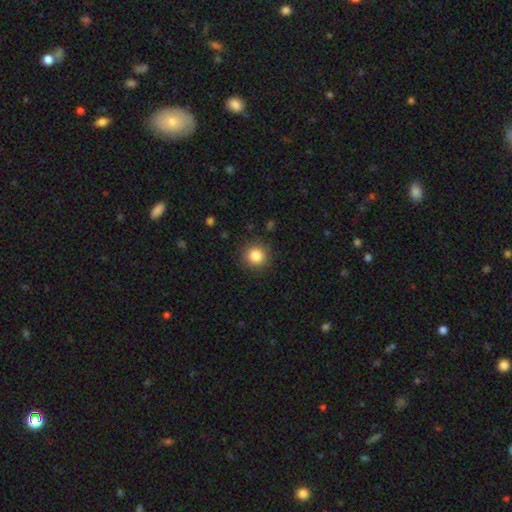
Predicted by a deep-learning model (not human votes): Smooth or featured? smooth (85%)
How rounded? round (93%)
Merging? none (89%)